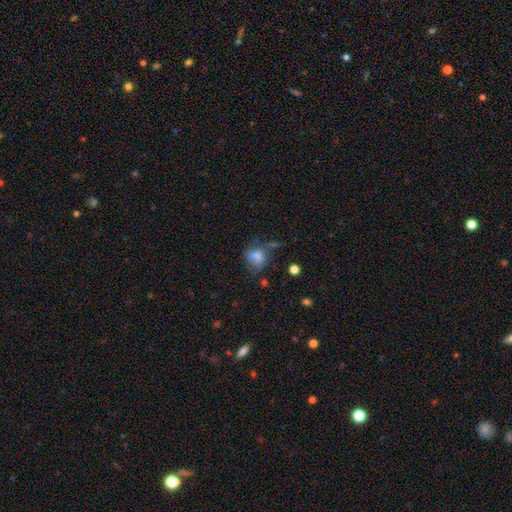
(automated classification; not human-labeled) Smooth or featured? smooth (73%)
How rounded? round (56%)
Merging? none (46%)